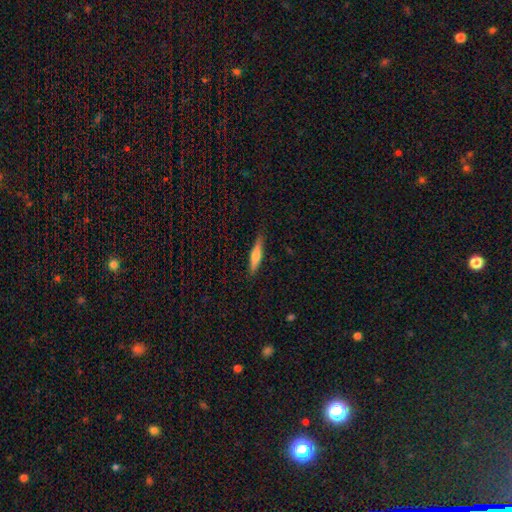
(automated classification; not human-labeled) Q: Smooth or featured?
A: smooth (54%); runner-up: featured or disk (40%)
Q: How rounded?
A: cigar-shaped (81%); runner-up: in between (17%)
Q: Merging?
A: none (85%); runner-up: minor disturbance (11%)